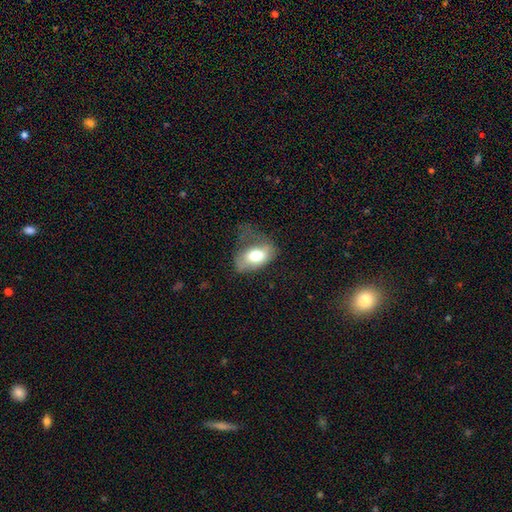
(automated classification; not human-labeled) A smooth galaxy with no disk features (68%) that is in between round and cigar-shaped (89%).

Vote fractions:
- Smooth or featured? smooth: 68% / featured or disk: 25% / star or artifact: 8%
- How rounded? in between: 89% / round: 9% / cigar-shaped: 2%
- Merging? major disturbance: 35% / minor disturbance: 33% / none: 30% / merger: 3%